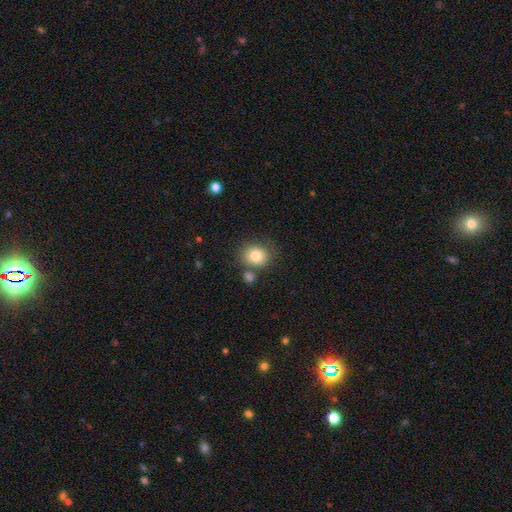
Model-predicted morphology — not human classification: A smooth galaxy with no disk features (82%) that is round (72%).

Vote fractions:
- Smooth or featured? smooth: 82% / star or artifact: 10% / featured or disk: 9%
- How rounded? round: 72% / in between: 28% / cigar-shaped: 1%
- Merging? none: 68% / merger: 16% / minor disturbance: 12% / major disturbance: 4%